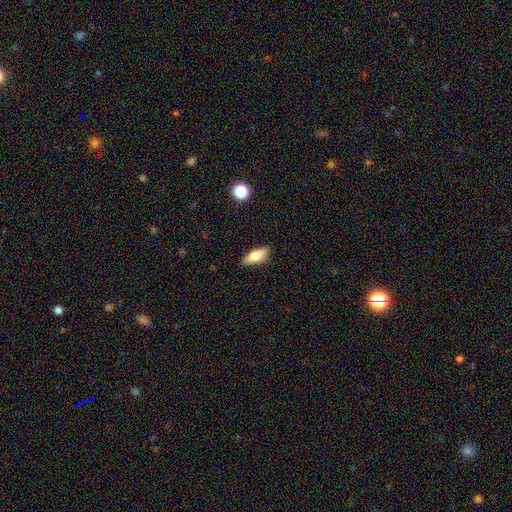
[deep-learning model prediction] smooth_or_featured: smooth (p=0.71) [alt: featured or disk p=0.22]
how_rounded: in between (p=0.71) [alt: cigar-shaped p=0.25]
merging: none (p=0.84) [alt: minor disturbance p=0.12]